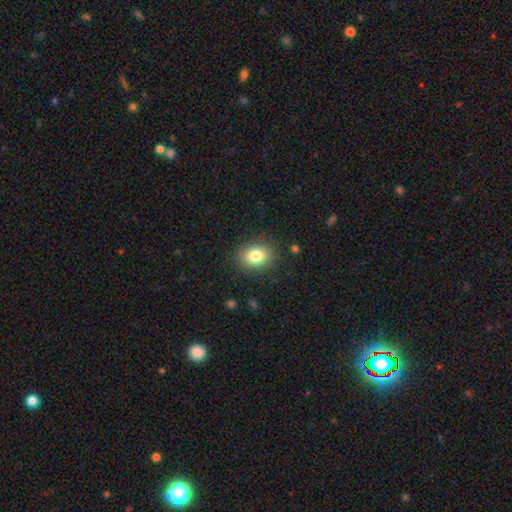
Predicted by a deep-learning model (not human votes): Smooth or featured? smooth (82%)
How rounded? in between (65%)
Merging? none (86%)